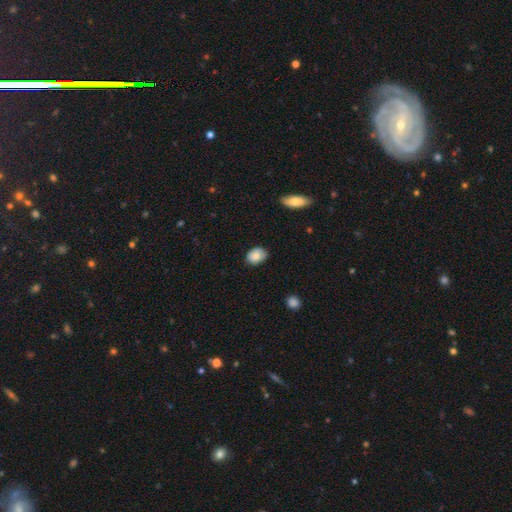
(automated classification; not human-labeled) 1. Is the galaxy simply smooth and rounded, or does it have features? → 81% smooth, 11% featured or disk, 8% star or artifact.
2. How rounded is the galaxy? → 68% in between, 31% round, 1% cigar-shaped.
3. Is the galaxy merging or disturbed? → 76% none, 20% minor disturbance, 3% major disturbance, 1% merger.